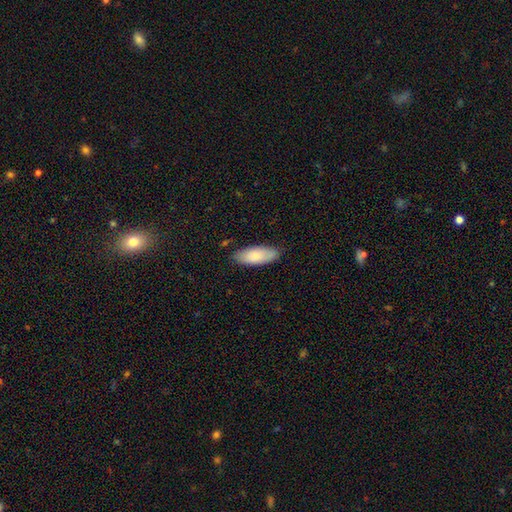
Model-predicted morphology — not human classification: smooth_or_featured: smooth (p=0.84) [alt: featured or disk p=0.11]
how_rounded: in between (p=0.79) [alt: cigar-shaped p=0.19]
merging: none (p=0.83) [alt: minor disturbance p=0.14]